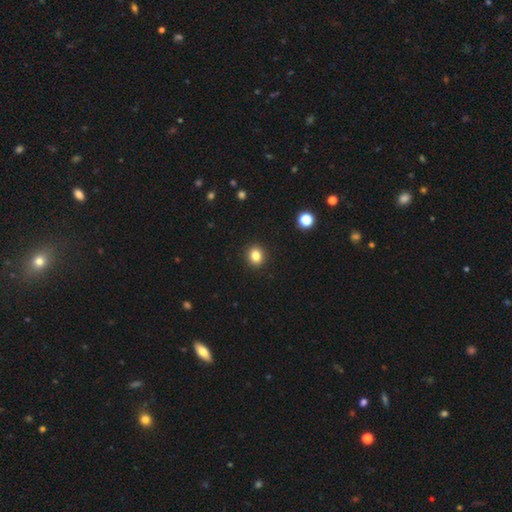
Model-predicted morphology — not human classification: This appears to be a smooth galaxy with no disk features (84%) that is round (69%). Merging: none (92%).